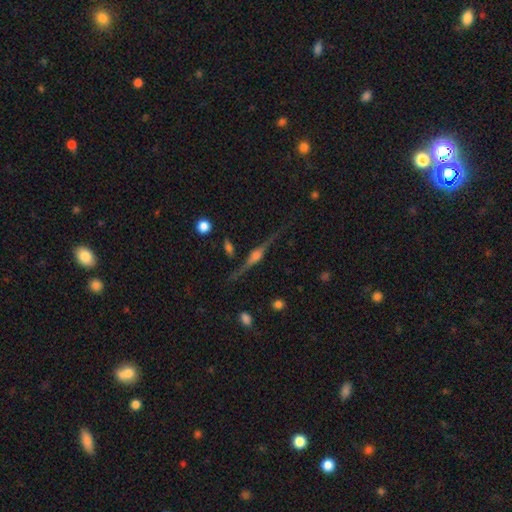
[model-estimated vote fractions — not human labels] Smooth or featured?
  - featured or disk: 85% *
  - smooth: 8%
  - star or artifact: 7%
Edge-on disk?
  - yes: 97% *
  - no: 3%
Edge-on bulge?
  - rounded: 84% *
  - boxy: 12%
  - none: 3%
Merging?
  - none: 83% *
  - minor disturbance: 12%
  - major disturbance: 3%
  - merger: 2%